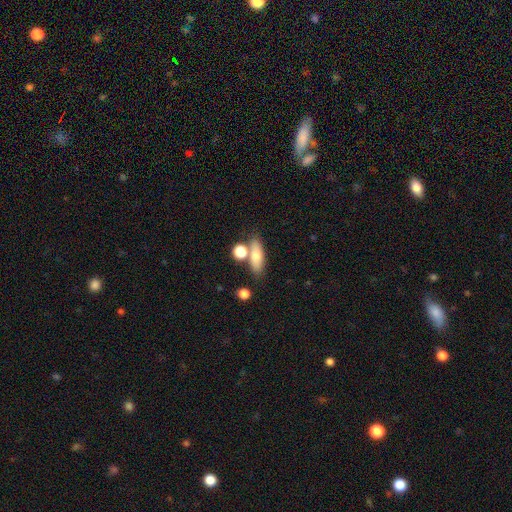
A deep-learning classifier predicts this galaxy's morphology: A smooth galaxy with no disk features (71%) that is in between round and cigar-shaped (55%).

Vote fractions:
- Smooth or featured? smooth: 71% / featured or disk: 20% / star or artifact: 9%
- How rounded? in between: 55% / cigar-shaped: 35% / round: 10%
- Merging? none: 66% / merger: 17% / minor disturbance: 12% / major disturbance: 4%